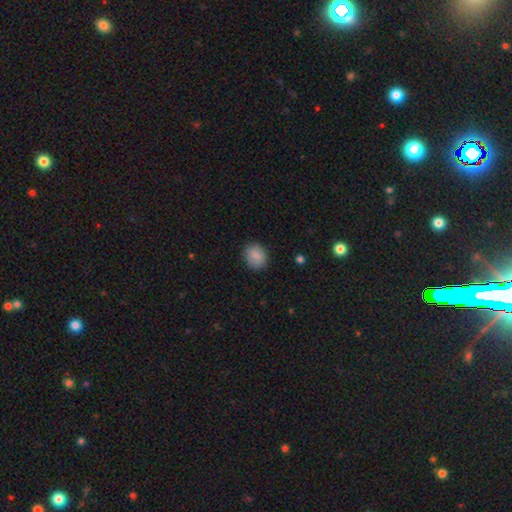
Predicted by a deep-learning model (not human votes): Morphology: type=smooth (86%); roundness=in between (50%); merging=none (85%).